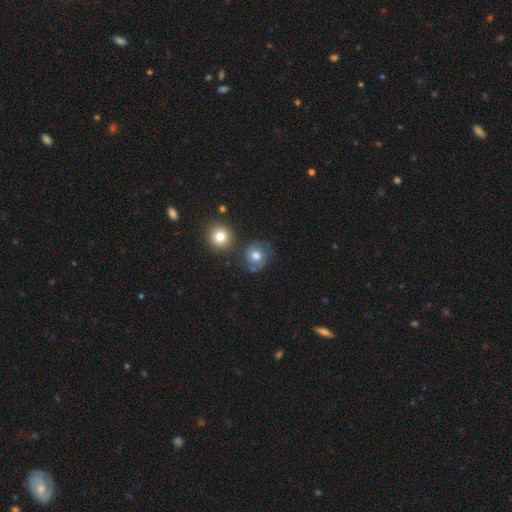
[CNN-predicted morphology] type=smooth (60%); roundness=round (82%); merging=none (66%).